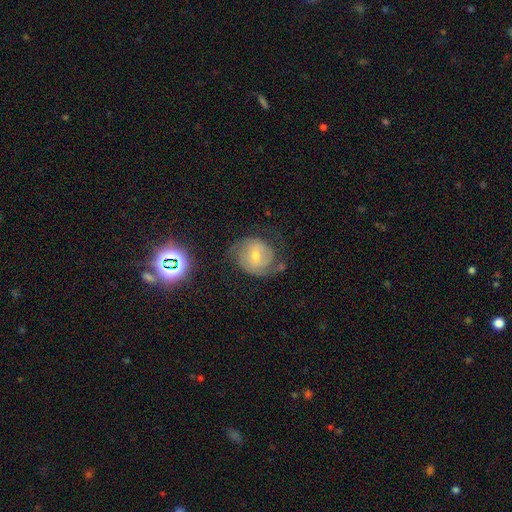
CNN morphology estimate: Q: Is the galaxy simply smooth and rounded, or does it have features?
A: featured or disk — 68%.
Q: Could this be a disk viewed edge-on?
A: no — 97%.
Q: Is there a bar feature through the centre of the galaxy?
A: no — 51%.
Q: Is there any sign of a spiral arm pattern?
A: yes — 88%.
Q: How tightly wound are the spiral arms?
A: tight — 43%.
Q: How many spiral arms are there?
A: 2 — 69%.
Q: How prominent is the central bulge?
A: moderate — 51%.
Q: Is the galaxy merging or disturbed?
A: none — 58%.